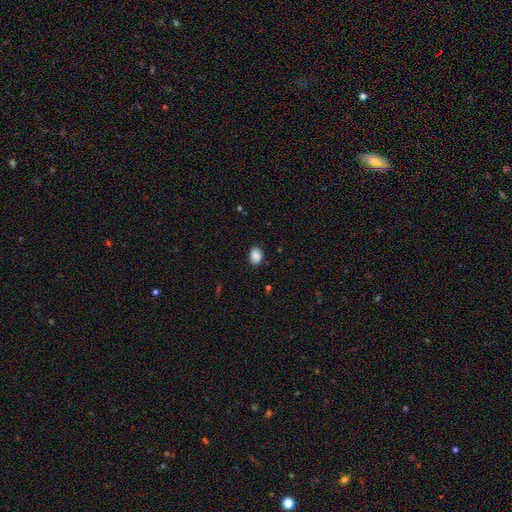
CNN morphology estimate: Smooth or featured? smooth (88%)
How rounded? in between (68%)
Merging? none (85%)